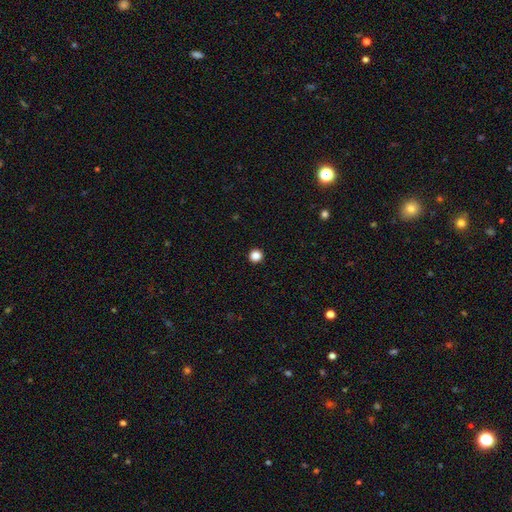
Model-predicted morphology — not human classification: Smooth or featured: smooth — 86% (star or artifact — 11%)
How rounded: round — 94% (in between — 5%)
Merging: none — 94% (minor disturbance — 4%)